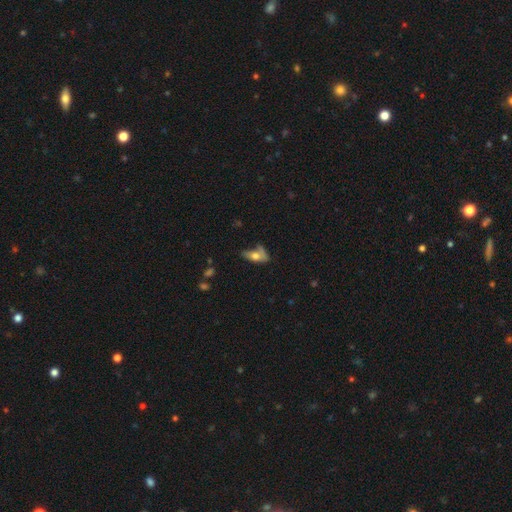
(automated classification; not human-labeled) The model was most divided on "merging": none: 32%, minor disturbance: 31%, major disturbance: 25%, merger: 11%. More confident: how rounded — in between (79%); smooth or featured — smooth (62%).